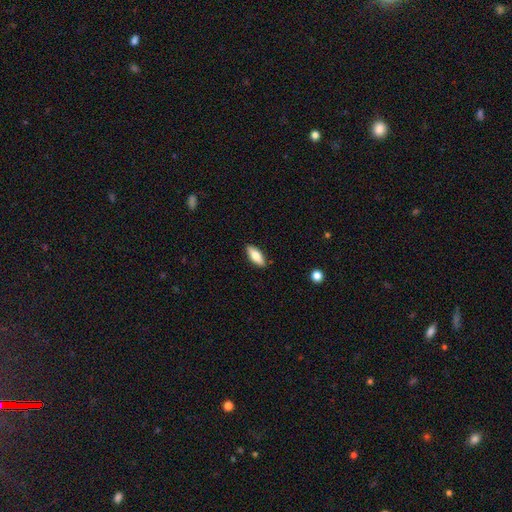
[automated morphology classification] The model was most divided on "how rounded": in between: 73%, cigar-shaped: 25%, round: 2%. More confident: merging — none (88%); smooth or featured — smooth (73%).